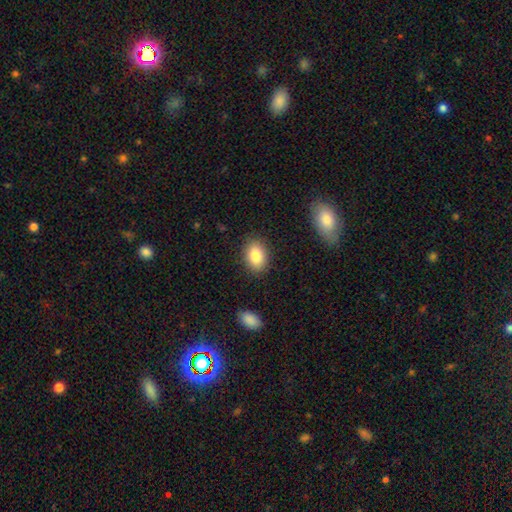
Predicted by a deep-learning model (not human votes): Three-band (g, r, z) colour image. It shows a smooth galaxy with no disk features (85%) that is in between round and cigar-shaped (83%). Merging: none (86%).